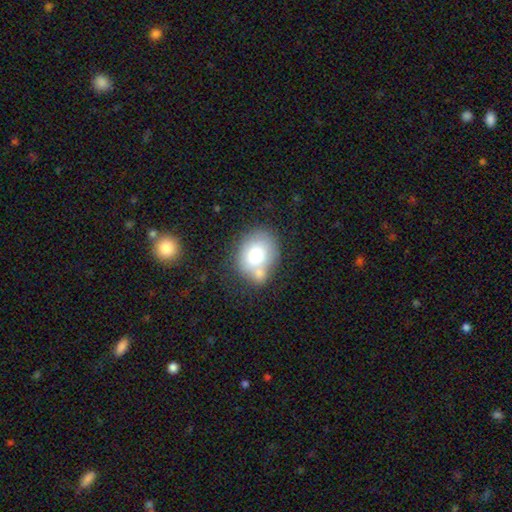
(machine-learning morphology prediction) smooth_or_featured: smooth (p=0.77) [alt: featured or disk p=0.16]
how_rounded: in between (p=0.55) [alt: round p=0.44]
merging: none (p=0.45) [alt: merger p=0.28]